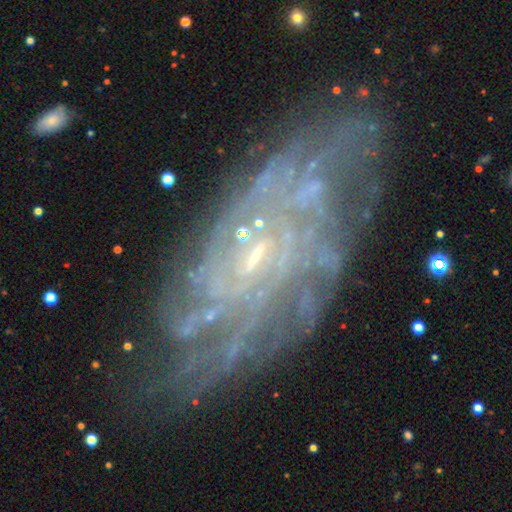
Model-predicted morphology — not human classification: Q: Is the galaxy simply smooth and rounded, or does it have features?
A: featured or disk — 79%.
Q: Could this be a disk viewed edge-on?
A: no — 90%.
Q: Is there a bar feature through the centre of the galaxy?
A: no — 64%.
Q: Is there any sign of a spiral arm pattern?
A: yes — 92%.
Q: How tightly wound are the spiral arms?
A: tight — 66%.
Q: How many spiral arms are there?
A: can't tell — 45%.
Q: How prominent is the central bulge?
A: small — 80%.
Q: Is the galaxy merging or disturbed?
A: none — 78%.